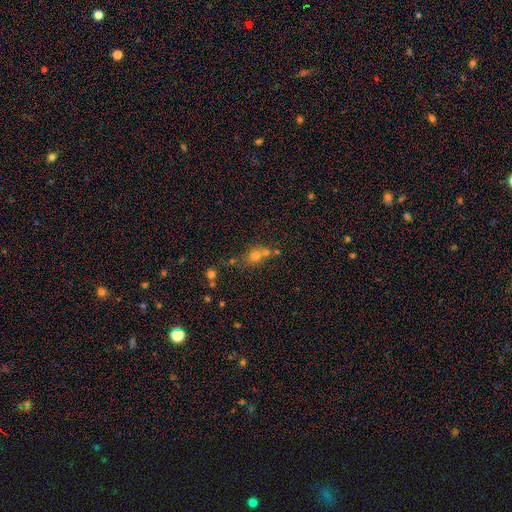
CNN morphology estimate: This appears to be a smooth galaxy with no disk features (67%) that is round (77%). Merging: merger (44%).